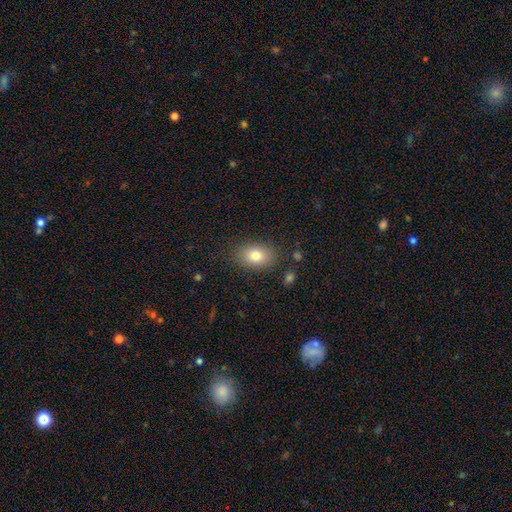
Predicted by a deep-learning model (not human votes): smooth_or_featured: smooth (p=0.80) [alt: featured or disk p=0.11]
how_rounded: in between (p=0.81) [alt: round p=0.18]
merging: none (p=0.84) [alt: minor disturbance p=0.11]